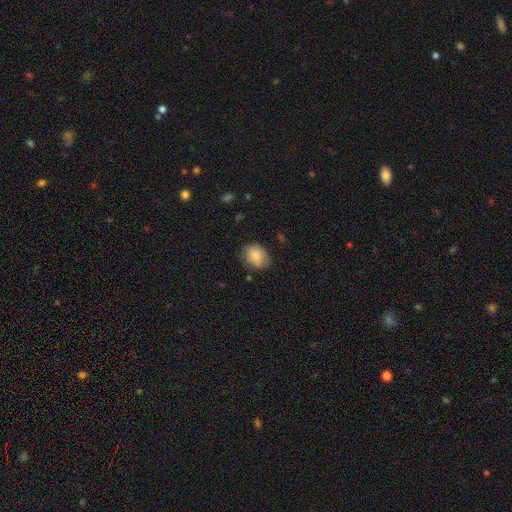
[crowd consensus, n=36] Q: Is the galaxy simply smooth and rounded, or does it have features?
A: smooth — 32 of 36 (89%).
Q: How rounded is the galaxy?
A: round — 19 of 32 (59%).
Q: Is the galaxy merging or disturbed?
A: none — 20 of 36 (56%).